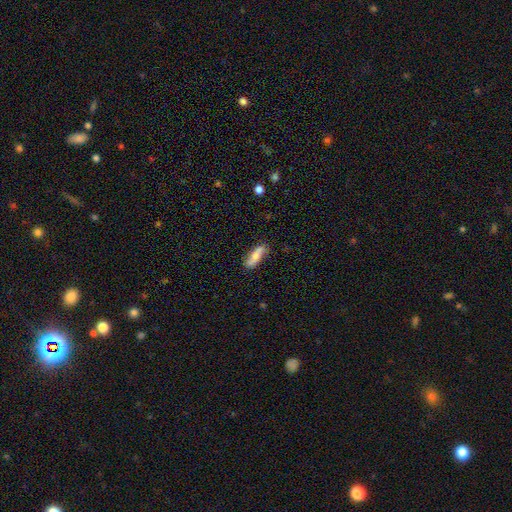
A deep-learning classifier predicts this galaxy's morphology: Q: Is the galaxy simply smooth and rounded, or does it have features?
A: smooth — 64%.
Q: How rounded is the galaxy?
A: cigar-shaped — 51%.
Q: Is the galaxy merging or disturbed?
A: none — 77%.